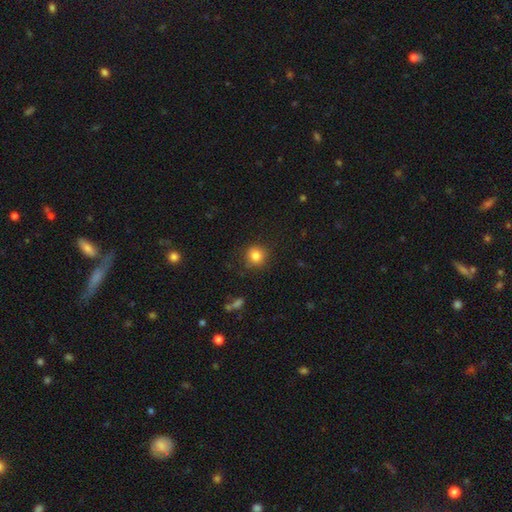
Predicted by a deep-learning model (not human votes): A smooth galaxy with no disk features (83%) that is round (91%).

Vote fractions:
- Smooth or featured? smooth: 83% / star or artifact: 11% / featured or disk: 6%
- How rounded? round: 91% / in between: 8% / cigar-shaped: 1%
- Merging? none: 88% / minor disturbance: 8% / major disturbance: 3% / merger: 1%